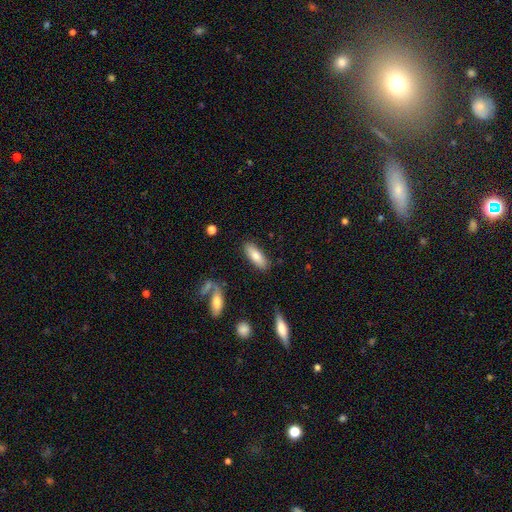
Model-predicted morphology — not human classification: A smooth galaxy with no disk features (78%) that is in between round and cigar-shaped (64%). Merging: none (85%).